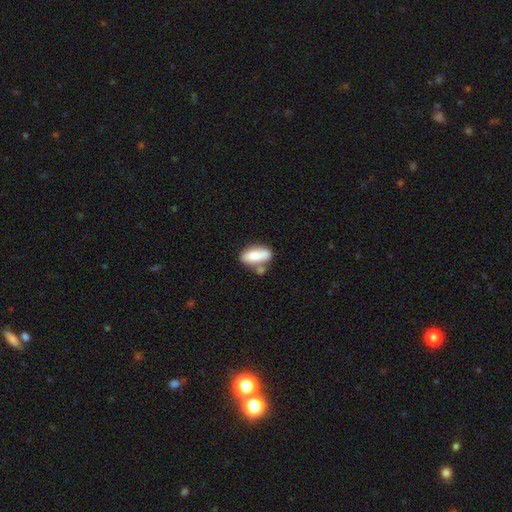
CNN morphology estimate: Q: Smooth or featured?
A: smooth (75%); runner-up: featured or disk (18%)
Q: How rounded?
A: in between (76%); runner-up: cigar-shaped (20%)
Q: Merging?
A: none (51%); runner-up: merger (25%)